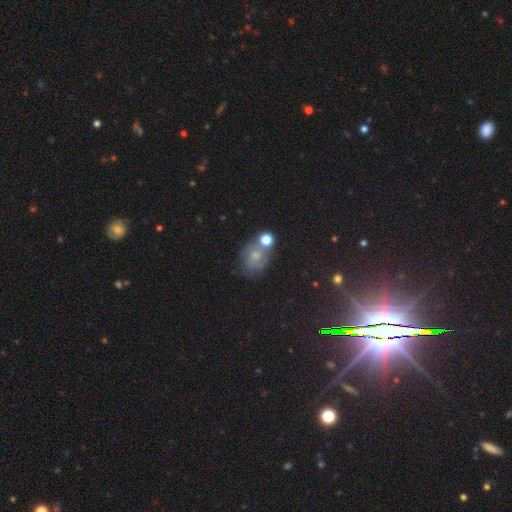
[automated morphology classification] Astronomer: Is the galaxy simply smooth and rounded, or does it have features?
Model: featured or disk — 47% (runner-up: smooth, 34%).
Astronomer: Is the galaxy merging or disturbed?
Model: none — 49%.